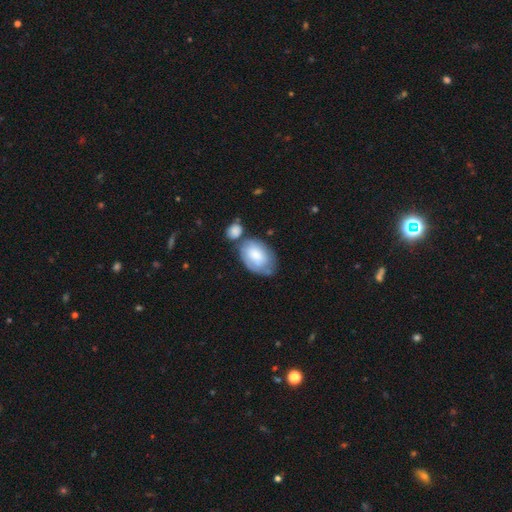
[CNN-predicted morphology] This is likely a smooth galaxy (68%). How rounded: clearly in between (87%). Merging: marginally none (40%).